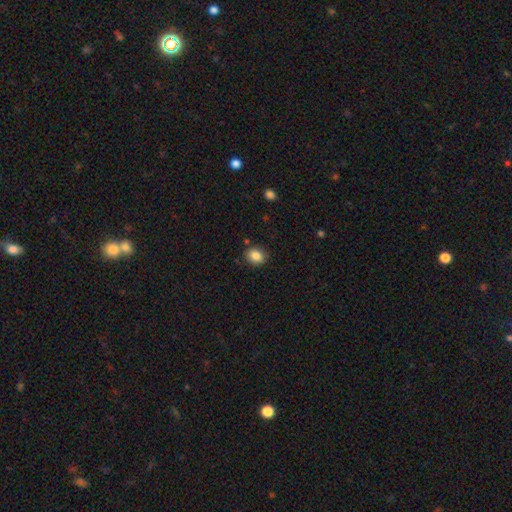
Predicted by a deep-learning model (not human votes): A smooth galaxy with no disk features (85%) that is round (59%).

Vote fractions:
- Smooth or featured? smooth: 85% / star or artifact: 9% / featured or disk: 5%
- How rounded? round: 59% / in between: 40% / cigar-shaped: 1%
- Merging? none: 85% / minor disturbance: 10% / major disturbance: 2% / merger: 2%